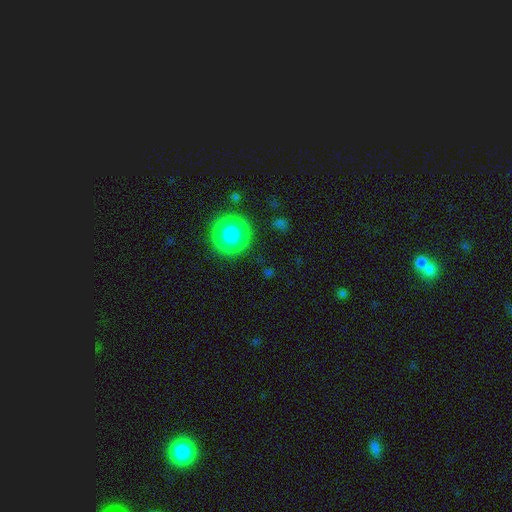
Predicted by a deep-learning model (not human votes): This appears to be a smooth galaxy with no disk features (62%) that is round (93%). Merging: none (89%).